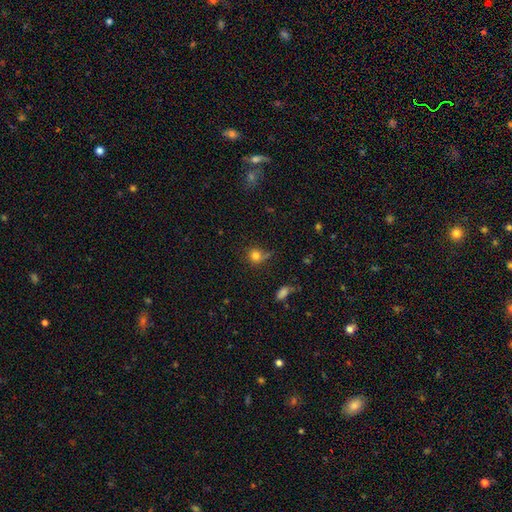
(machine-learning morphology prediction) This is likely a smooth galaxy (79%). How rounded: clearly round (85%). Merging: likely none (60%).